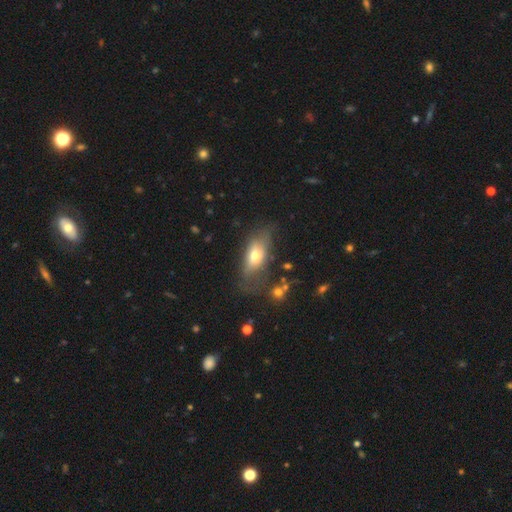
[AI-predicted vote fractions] The model was most divided on "merging": none: 50%, minor disturbance: 27%, major disturbance: 19%, merger: 4%. More confident: how rounded — in between (80%); smooth or featured — smooth (60%).